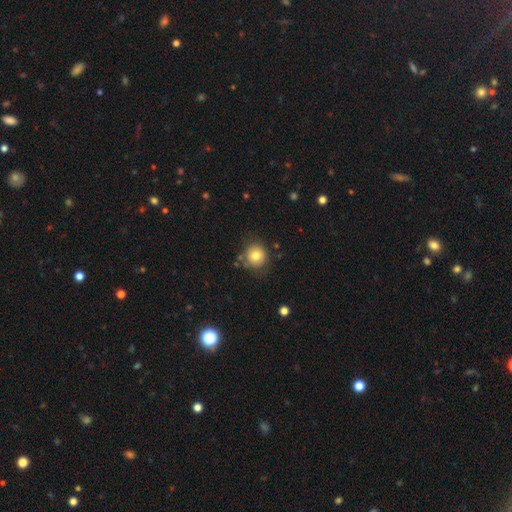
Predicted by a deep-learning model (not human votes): This appears to be a smooth galaxy with no disk features (77%) that is round (92%). Merging: none (78%).